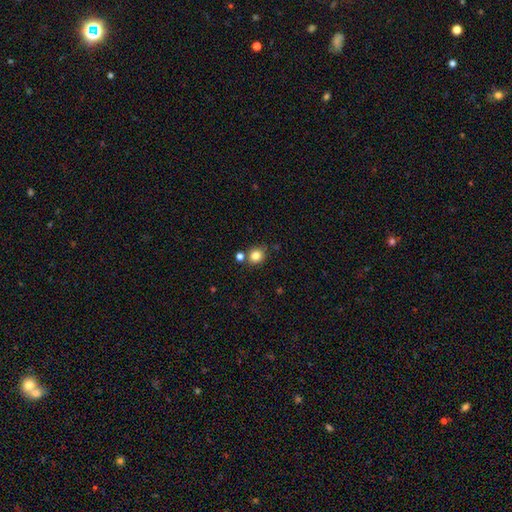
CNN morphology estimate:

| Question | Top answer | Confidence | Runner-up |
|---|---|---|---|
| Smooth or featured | smooth | 83% | star or artifact (11%) |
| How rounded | round | 79% | in between (20%) |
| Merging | none | 75% | merger (11%) |